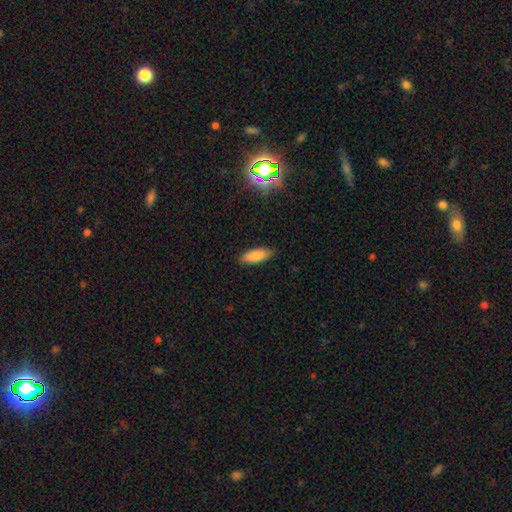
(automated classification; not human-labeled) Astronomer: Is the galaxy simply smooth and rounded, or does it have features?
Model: smooth — 84%.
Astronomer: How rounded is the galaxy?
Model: in between — 72%.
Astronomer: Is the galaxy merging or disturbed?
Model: none — 87%.